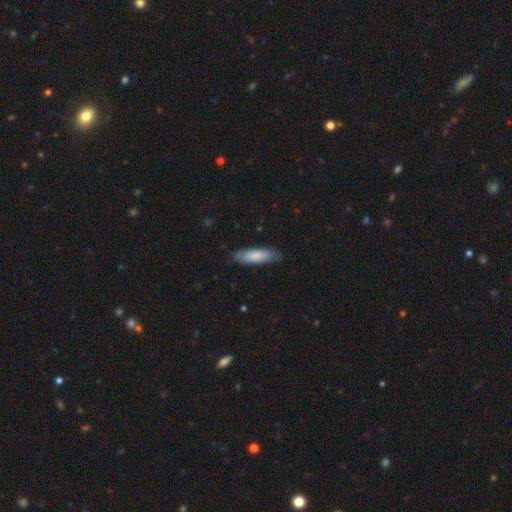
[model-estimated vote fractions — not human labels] smooth_or_featured: smooth (p=0.77) [alt: featured or disk p=0.17]
how_rounded: in between (p=0.50) [alt: cigar-shaped p=0.49]
merging: none (p=0.79) [alt: minor disturbance p=0.17]